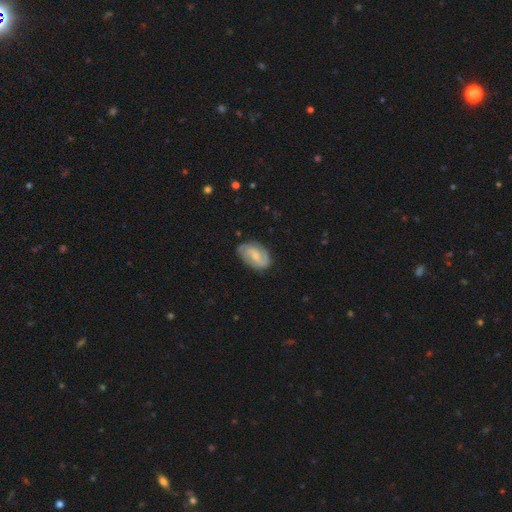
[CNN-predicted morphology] Smooth or featured? Predicted: featured or disk (p=0.69). Edge-on disk? Predicted: no (p=0.97). Bar? Predicted: weak (p=0.52). Spiral arms? Predicted: yes (p=0.90). Spiral winding? Predicted: medium (p=0.44). Spiral arm count? Predicted: 2 (p=0.71). Bulge size? Predicted: small (p=0.60). Merging? Predicted: none (p=0.74).